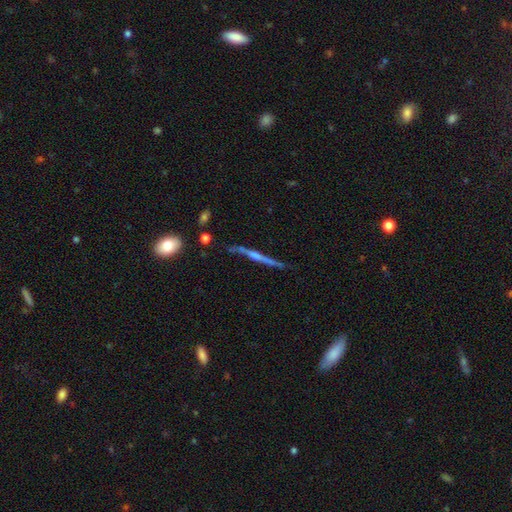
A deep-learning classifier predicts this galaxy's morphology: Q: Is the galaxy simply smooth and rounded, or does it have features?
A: featured or disk — 73%.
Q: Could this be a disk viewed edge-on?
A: yes — 95%.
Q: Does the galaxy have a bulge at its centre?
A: rounded — 72%.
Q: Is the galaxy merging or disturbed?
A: none — 83%.